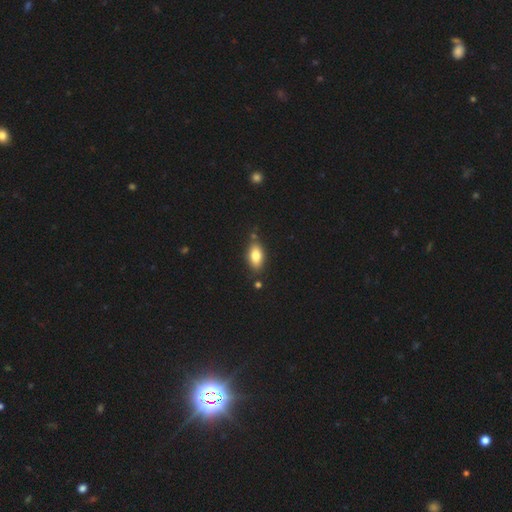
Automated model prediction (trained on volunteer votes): Smooth or featured? smooth (80%)
How rounded? in between (88%)
Merging? none (79%)